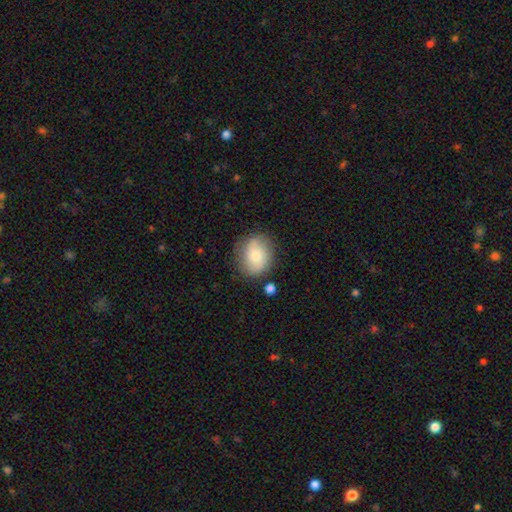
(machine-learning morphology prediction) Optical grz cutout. It shows a smooth galaxy with no disk features (63%) that is round (61%). Merging: none (76%).